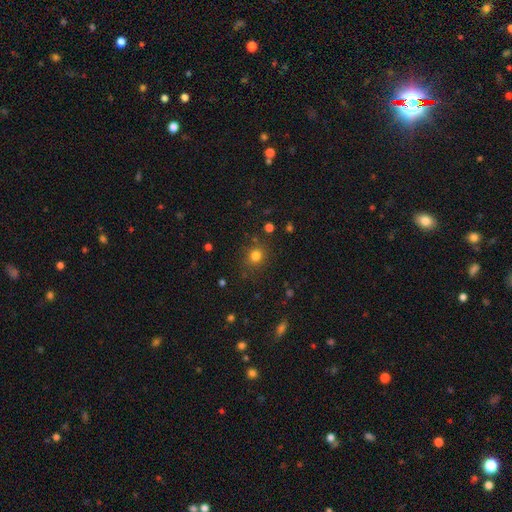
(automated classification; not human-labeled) Smooth or featured? smooth (78%)
How rounded? round (87%)
Merging? none (84%)